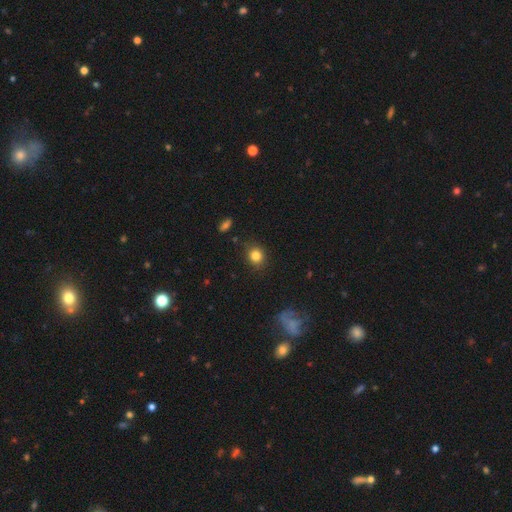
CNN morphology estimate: This is clearly a smooth galaxy (83%). How rounded: likely round (78%). Merging: clearly none (83%).